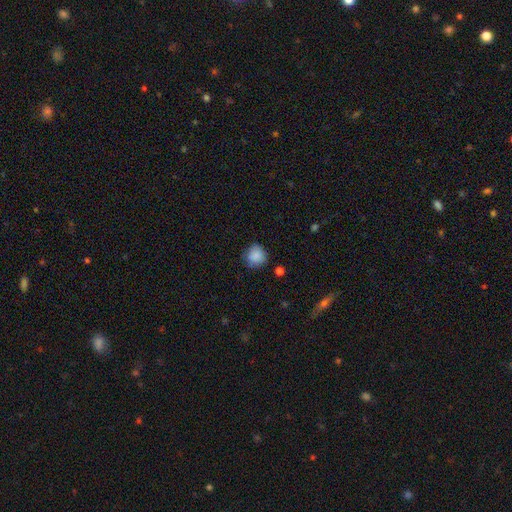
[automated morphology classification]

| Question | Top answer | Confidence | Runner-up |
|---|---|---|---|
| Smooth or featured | smooth | 87% | star or artifact (9%) |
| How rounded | round | 88% | in between (11%) |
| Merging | none | 79% | minor disturbance (16%) |